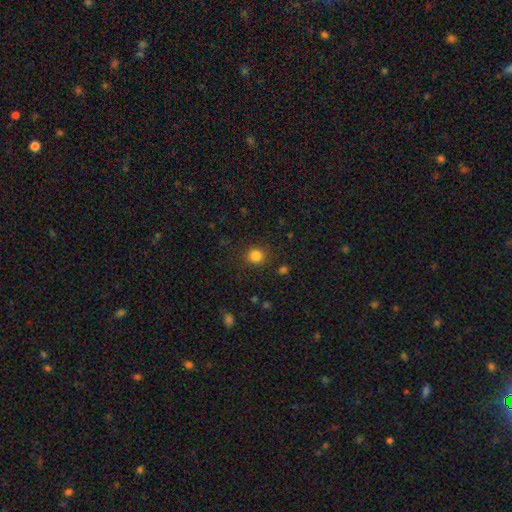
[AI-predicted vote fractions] A smooth galaxy with no disk features (83%) that is round (89%). Merging: none (88%).